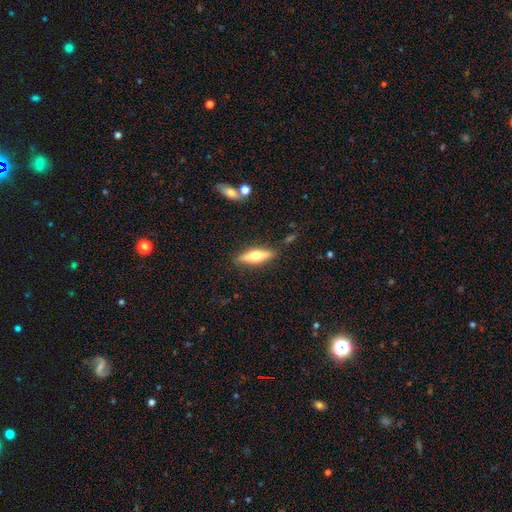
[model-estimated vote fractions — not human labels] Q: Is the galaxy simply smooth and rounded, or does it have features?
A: smooth — 49%.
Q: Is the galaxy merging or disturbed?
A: none — 85%.